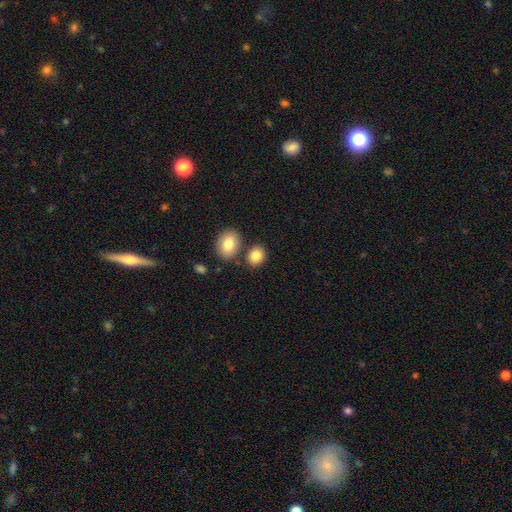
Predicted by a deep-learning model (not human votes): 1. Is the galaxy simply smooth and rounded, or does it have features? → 84% smooth, 9% star or artifact, 8% featured or disk.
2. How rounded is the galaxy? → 51% in between, 48% round, 1% cigar-shaped.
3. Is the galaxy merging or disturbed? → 72% none, 15% merger, 10% minor disturbance, 3% major disturbance.